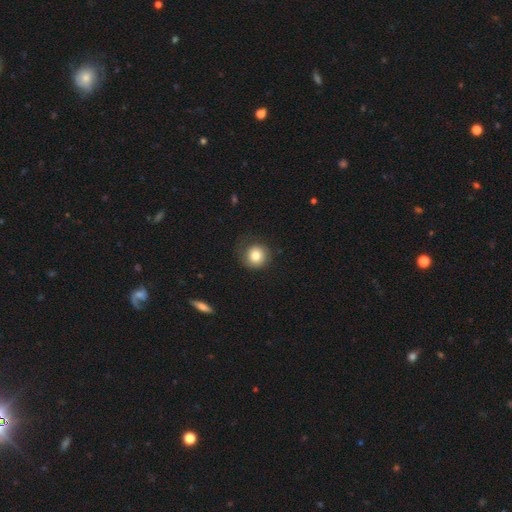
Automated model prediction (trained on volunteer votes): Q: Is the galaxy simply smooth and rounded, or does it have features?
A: smooth — 79%.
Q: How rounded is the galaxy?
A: round — 91%.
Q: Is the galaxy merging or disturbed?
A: none — 74%.